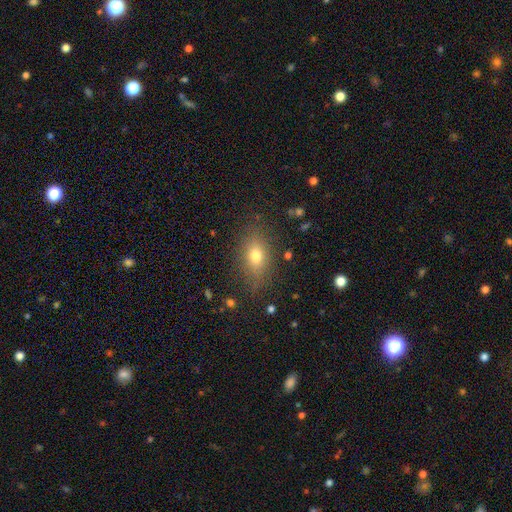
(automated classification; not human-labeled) Smooth or featured? Predicted: smooth (p=0.72). How rounded? Predicted: in between (p=0.78). Merging? Predicted: none (p=0.83).